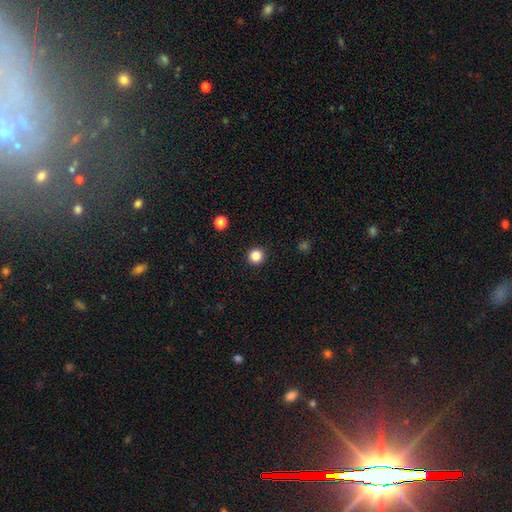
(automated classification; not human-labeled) smooth 85%, star or artifact 12%, featured or disk 4%. Down the decision tree: how rounded — round (95%); merging — none (93%).